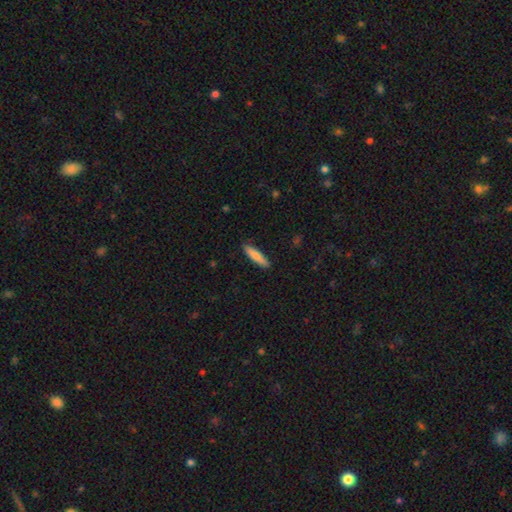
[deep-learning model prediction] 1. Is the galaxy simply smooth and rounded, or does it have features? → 80% smooth, 15% featured or disk, 5% star or artifact.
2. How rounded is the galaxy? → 81% cigar-shaped, 17% in between, 1% round.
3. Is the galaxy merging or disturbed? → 89% none, 8% minor disturbance, 2% major disturbance, 1% merger.